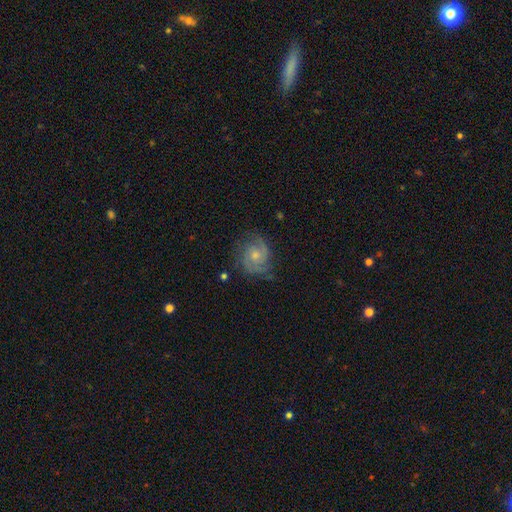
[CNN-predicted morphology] A featured or disk galaxy (77%) with no bar (73%), 2 (63%) tight (47%) spiral arms (94%) and a small central bulge (53%).

Vote fractions:
- Smooth or featured? featured or disk: 77% / smooth: 17% / star or artifact: 7%
- Edge-on disk? no: 98% / yes: 2%
- Bar? no: 73% / weak: 24% / strong: 3%
- Spiral arms? yes: 94% / no: 6%
- Spiral winding? tight: 47% / medium: 41% / loose: 12%
- Spiral arm count? 2: 63% / can't tell: 14% / 3: 13% / 1: 4% / 4: 3% / more than 4: 3%
- Bulge size? small: 53% / moderate: 40% / none: 4% / large: 2% / dominant: 1%
- Merging? none: 69% / minor disturbance: 21% / major disturbance: 8% / merger: 1%